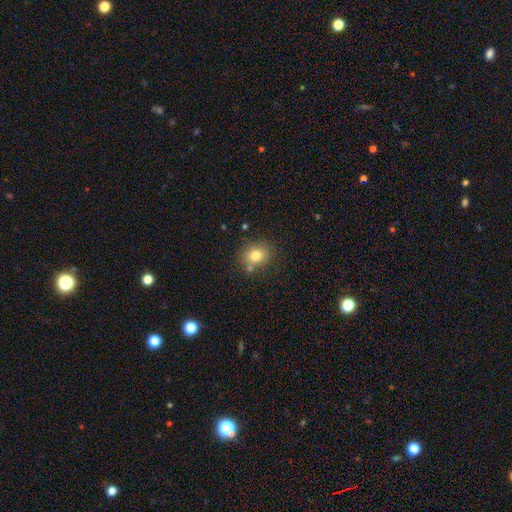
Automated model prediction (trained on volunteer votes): This appears to be a smooth galaxy with no disk features (78%) that is round (63%). Merging: none (73%).